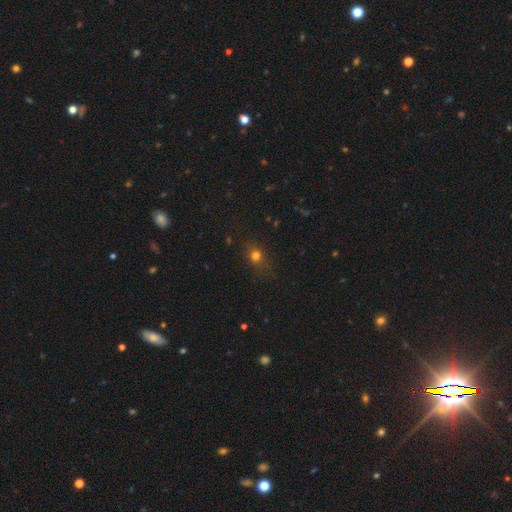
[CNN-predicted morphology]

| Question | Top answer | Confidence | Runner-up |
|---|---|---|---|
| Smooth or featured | smooth | 70% | star or artifact (21%) |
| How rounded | round | 71% | in between (27%) |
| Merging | none | 81% | minor disturbance (13%) |